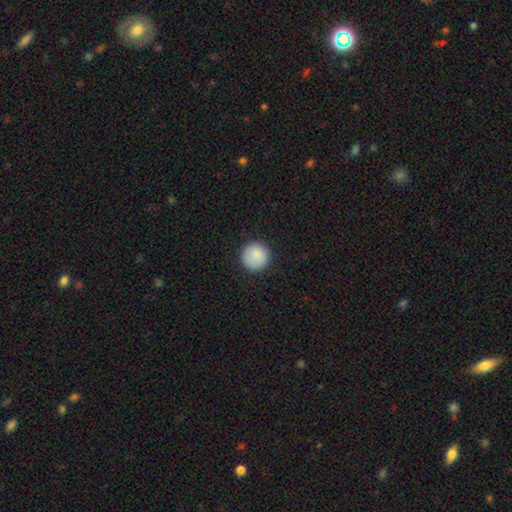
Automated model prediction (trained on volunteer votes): This is clearly a smooth galaxy (87%). How rounded: clearly round (96%). Merging: clearly none (91%).